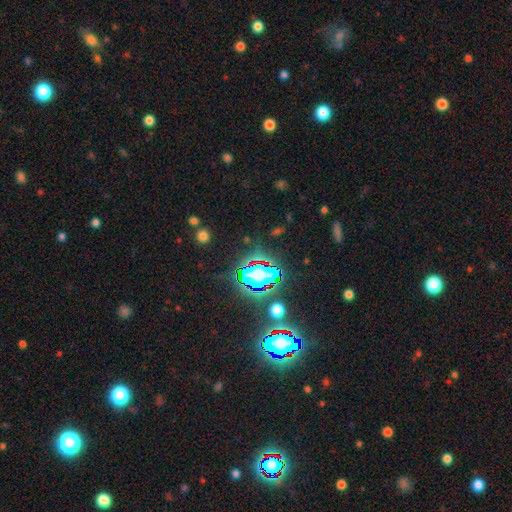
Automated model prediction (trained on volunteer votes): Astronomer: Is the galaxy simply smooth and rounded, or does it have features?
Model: star or artifact — 80%.